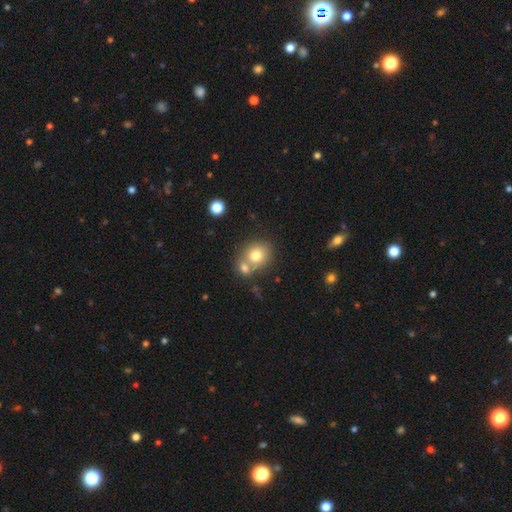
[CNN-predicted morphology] smooth-or-featured: smooth: 75% | featured or disk: 14% | star or artifact: 11%
  how-rounded: round: 73% | in between: 26% | cigar-shaped: 1%
  merging: none: 46% | merger: 41% | minor disturbance: 9% | major disturbance: 3%